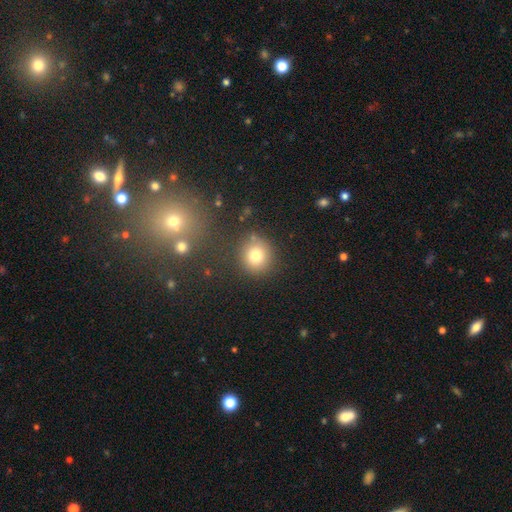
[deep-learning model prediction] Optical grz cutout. It shows a smooth galaxy with no disk features (79%) that is round (88%). Merging: none (82%).